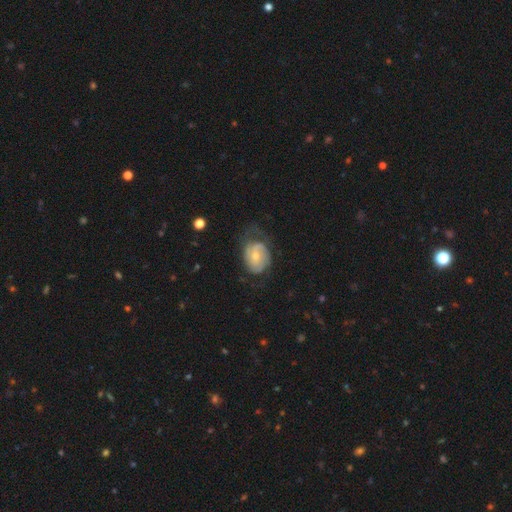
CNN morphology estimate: A featured or disk galaxy (64%) with no bar (52%), 2 (52%) tight (42%) spiral arms (82%) and a small central bulge (49%).

Vote fractions:
- Smooth or featured? featured or disk: 64% / smooth: 30% / star or artifact: 6%
- Edge-on disk? no: 97% / yes: 3%
- Bar? no: 52% / weak: 40% / strong: 8%
- Spiral arms? yes: 82% / no: 18%
- Spiral winding? tight: 42% / medium: 38% / loose: 20%
- Spiral arm count? 2: 52% / can't tell: 28% / 1: 9% / 3: 7% / 4: 2% / more than 4: 2%
- Bulge size? small: 49% / moderate: 44% / none: 3% / large: 3% / dominant: 1%
- Merging? none: 45% / minor disturbance: 28% / major disturbance: 25% / merger: 2%